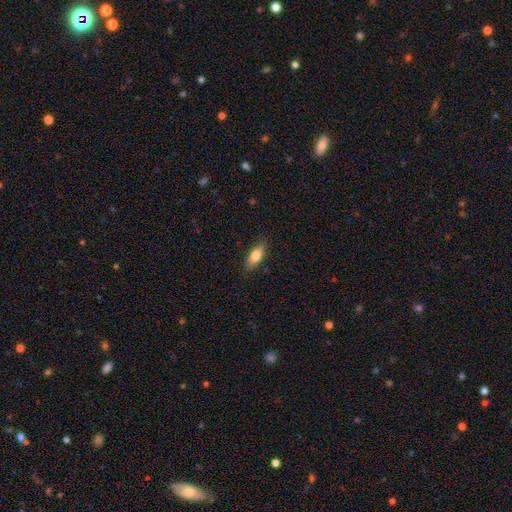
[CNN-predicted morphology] A smooth galaxy with no disk features (78%) that is in between round and cigar-shaped (71%).

Vote fractions:
- Smooth or featured? smooth: 78% / featured or disk: 16% / star or artifact: 7%
- How rounded? in between: 71% / cigar-shaped: 27% / round: 3%
- Merging? none: 85% / minor disturbance: 11% / major disturbance: 2% / merger: 1%